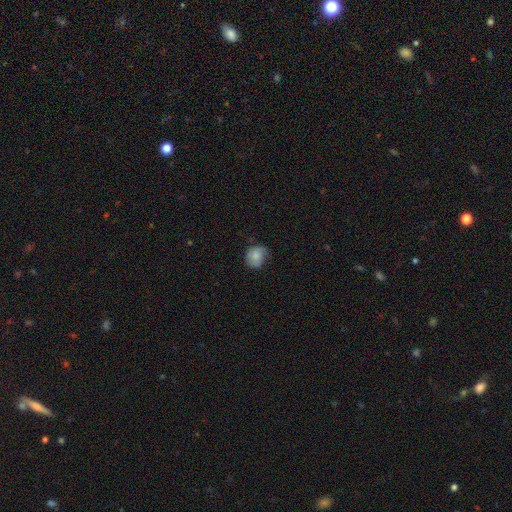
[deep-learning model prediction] Smooth or featured: smooth — 76% (featured or disk — 16%)
How rounded: round — 69% (in between — 30%)
Merging: none — 61% (minor disturbance — 29%)